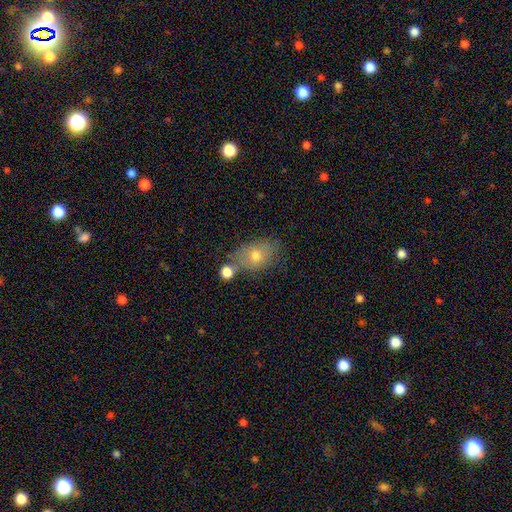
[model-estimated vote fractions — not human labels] smooth-or-featured: smooth: 70% | featured or disk: 20% | star or artifact: 10%
  how-rounded: in between: 74% | round: 24% | cigar-shaped: 2%
  merging: none: 59% | merger: 17% | minor disturbance: 17% | major disturbance: 6%